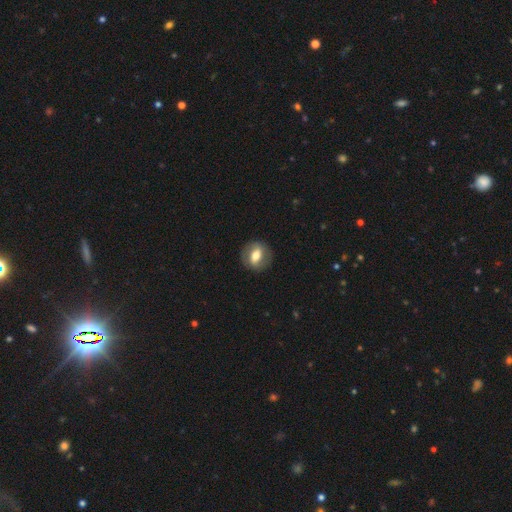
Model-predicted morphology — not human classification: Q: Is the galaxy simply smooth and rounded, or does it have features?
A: smooth — 53%.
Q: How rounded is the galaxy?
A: round — 59%.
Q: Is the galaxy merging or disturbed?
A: none — 85%.